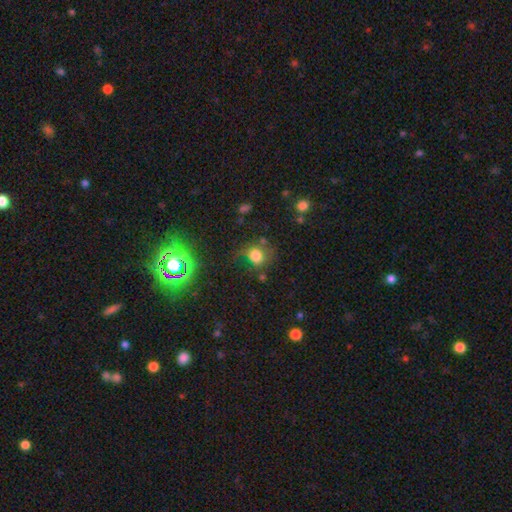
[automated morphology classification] Smooth or featured: smooth — 73% (star or artifact — 16%)
How rounded: round — 75% (in between — 24%)
Merging: none — 58% (minor disturbance — 22%)